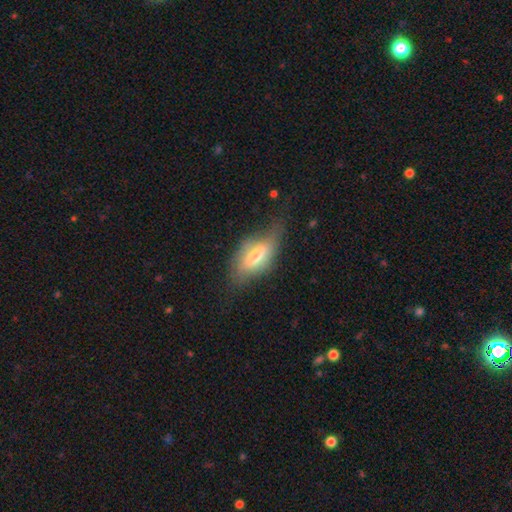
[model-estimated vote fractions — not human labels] smooth 51%, featured or disk 41%, star or artifact 8%. Down the decision tree: how rounded — in between (75%); merging — none (52%).